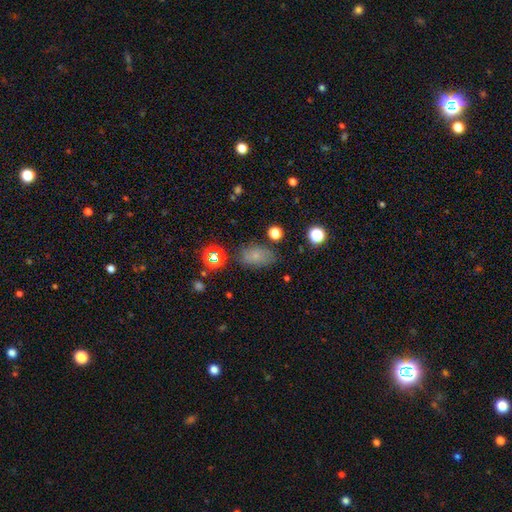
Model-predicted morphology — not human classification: Smooth or featured? Predicted: smooth (p=0.69). How rounded? Predicted: in between (p=0.83). Merging? Predicted: none (p=0.72).